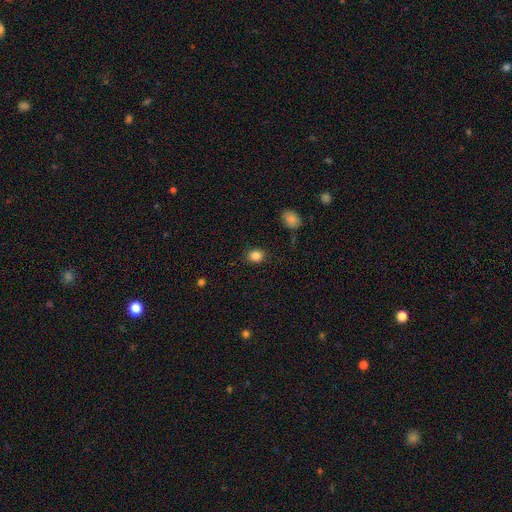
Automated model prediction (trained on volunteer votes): Overall: smooth (85%). How rounded: round (70%). Merging: none (87%).